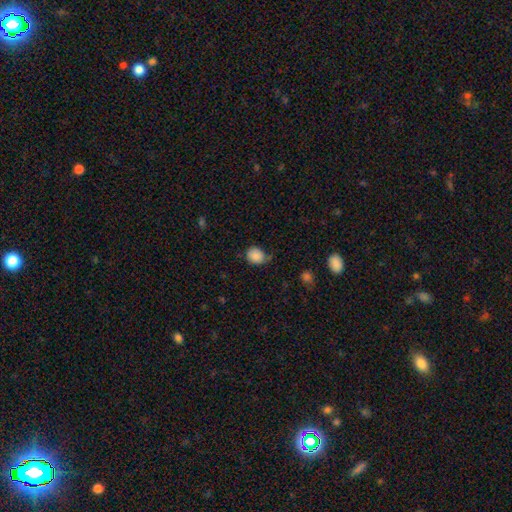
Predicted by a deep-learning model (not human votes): Smooth or featured: smooth — 86% (star or artifact — 8%)
How rounded: round — 66% (in between — 33%)
Merging: none — 57% (minor disturbance — 31%)